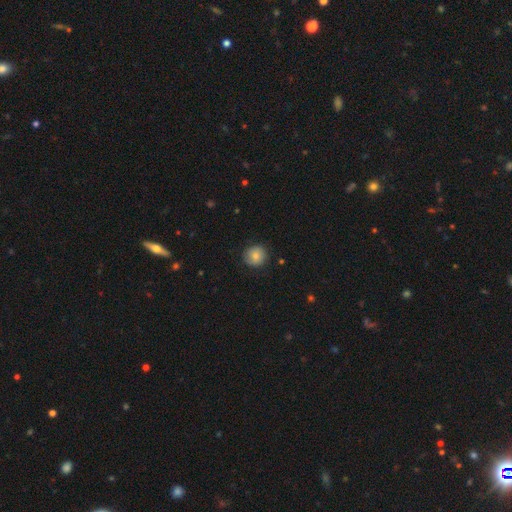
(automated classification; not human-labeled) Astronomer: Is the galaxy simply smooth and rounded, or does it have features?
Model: smooth — 74%.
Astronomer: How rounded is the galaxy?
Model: round — 89%.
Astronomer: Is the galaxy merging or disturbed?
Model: none — 82%.